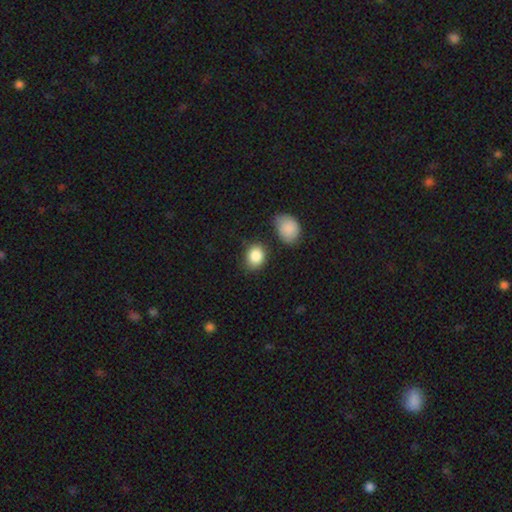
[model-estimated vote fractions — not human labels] Smooth or featured: smooth — 87% (star or artifact — 8%)
How rounded: in between — 50% (round — 48%)
Merging: none — 72% (minor disturbance — 17%)